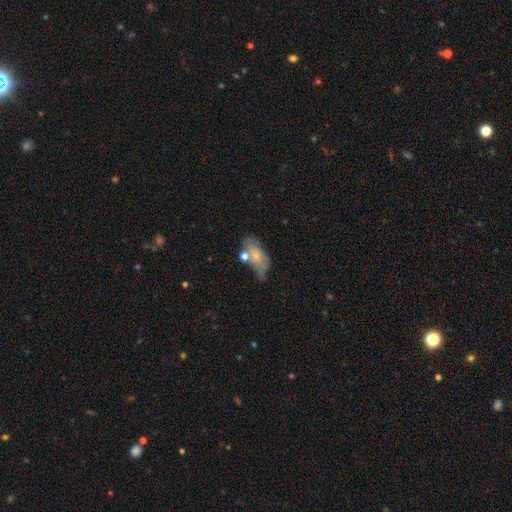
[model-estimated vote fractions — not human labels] This appears to be a smooth galaxy with no disk features (59%) that is in between round and cigar-shaped (85%). Merging: none (38%).